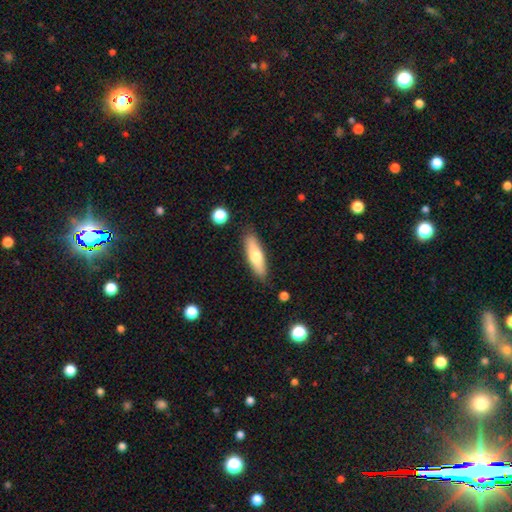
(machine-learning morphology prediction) Smooth or featured? smooth (65%)
How rounded? cigar-shaped (60%)
Merging? none (85%)